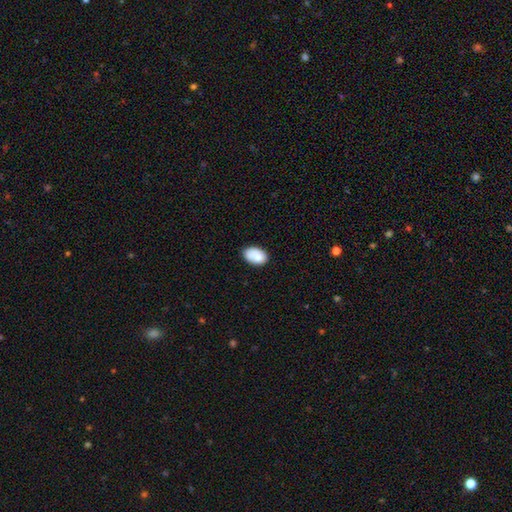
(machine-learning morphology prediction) Overall: smooth (84%). How rounded: in between (88%). Merging: none (76%).